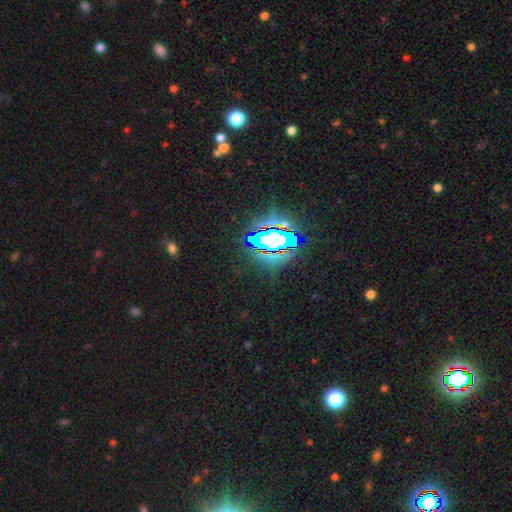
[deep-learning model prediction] Q: Smooth or featured?
A: star or artifact (82%); runner-up: smooth (10%)